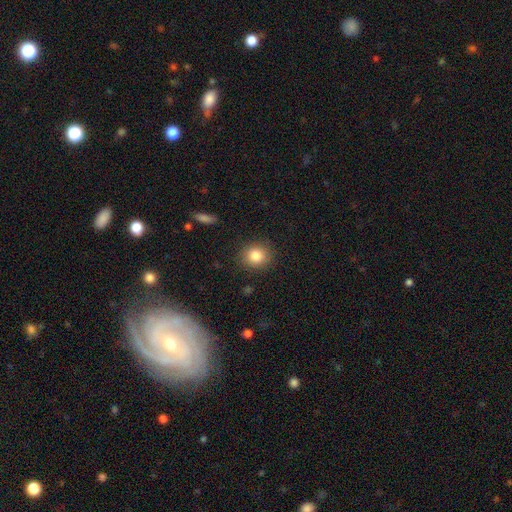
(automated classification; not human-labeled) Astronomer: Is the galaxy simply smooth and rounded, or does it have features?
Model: smooth — 84%.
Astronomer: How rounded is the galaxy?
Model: round — 79%.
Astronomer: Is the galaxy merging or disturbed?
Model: none — 88%.